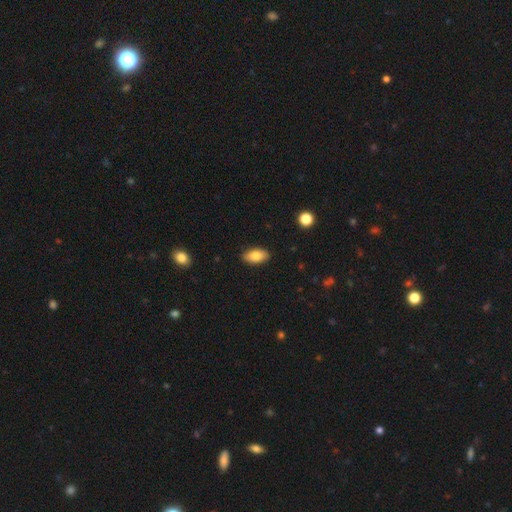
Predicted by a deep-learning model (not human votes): smooth 83%, featured or disk 10%, star or artifact 7%. Down the decision tree: how rounded — in between (92%); merging — none (88%).